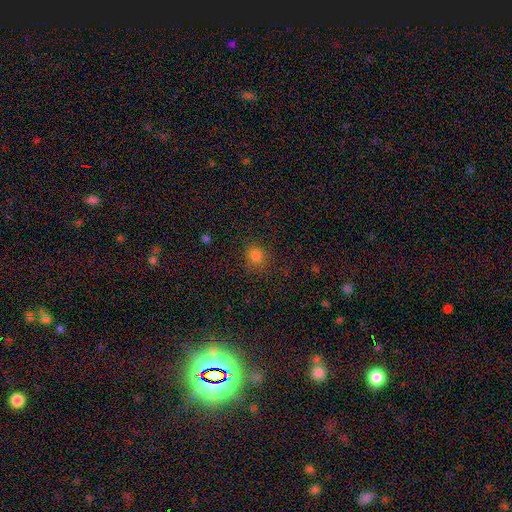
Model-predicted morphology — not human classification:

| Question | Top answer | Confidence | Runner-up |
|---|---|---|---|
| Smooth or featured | smooth | 78% | star or artifact (17%) |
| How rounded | round | 81% | in between (18%) |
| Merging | none | 79% | minor disturbance (13%) |